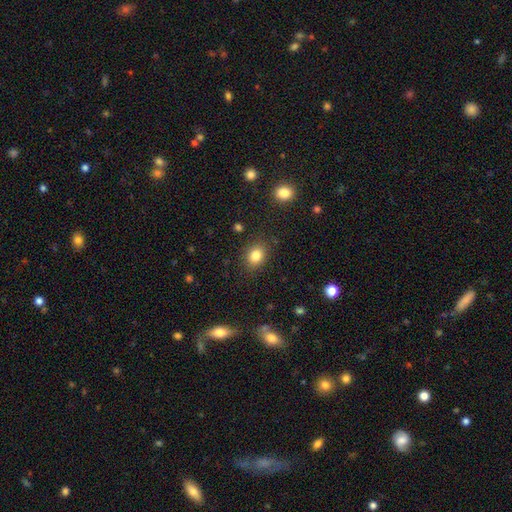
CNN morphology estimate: This is clearly a smooth galaxy (83%). How rounded: possibly in between (53%). Merging: clearly none (85%).